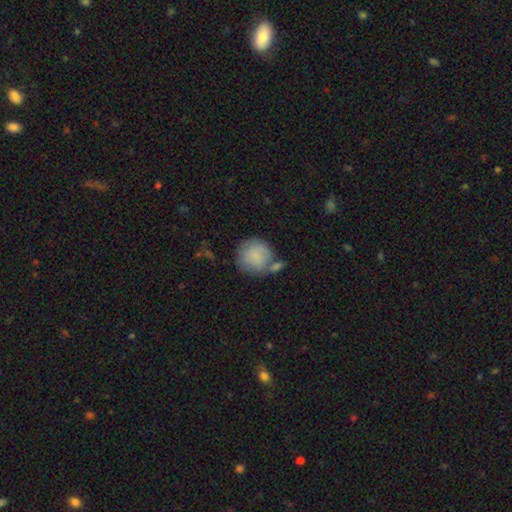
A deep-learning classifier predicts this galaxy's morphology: Smooth or featured? Predicted: smooth (p=0.82). How rounded? Predicted: round (p=0.89). Merging? Predicted: none (p=0.48).